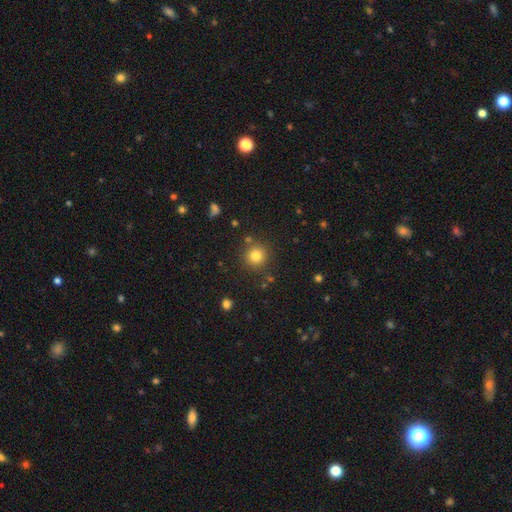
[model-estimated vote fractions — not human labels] A smooth galaxy with no disk features (81%) that is round (93%).

Vote fractions:
- Smooth or featured? smooth: 81% / star or artifact: 13% / featured or disk: 7%
- How rounded? round: 93% / in between: 6% / cigar-shaped: 1%
- Merging? none: 84% / minor disturbance: 8% / merger: 5% / major disturbance: 3%